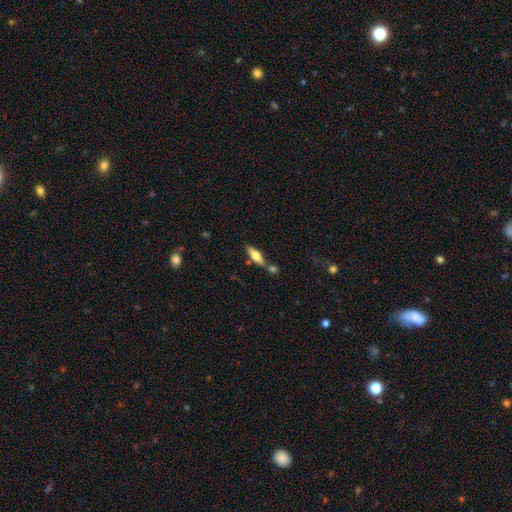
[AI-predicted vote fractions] smooth 53%, featured or disk 40%, star or artifact 7%. Down the decision tree: how rounded — cigar-shaped (52%); merging — none (62%).